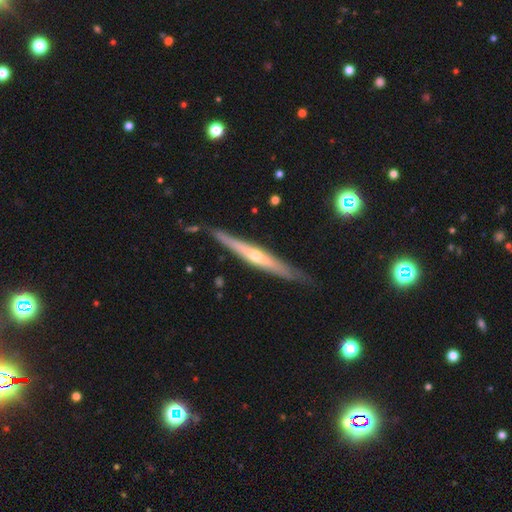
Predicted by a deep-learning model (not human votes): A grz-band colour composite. It shows a featured or disk galaxy (74%) viewed edge-on (95%) with a rounded central bulge (74%). Merging: none (84%).